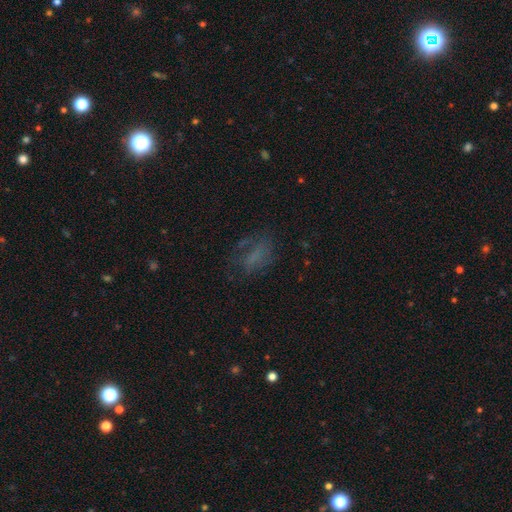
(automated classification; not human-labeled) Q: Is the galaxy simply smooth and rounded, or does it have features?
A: smooth — 46%.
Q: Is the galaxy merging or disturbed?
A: none — 50%.